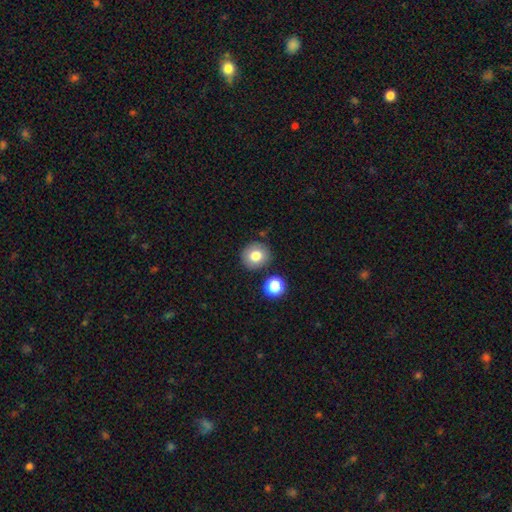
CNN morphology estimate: A smooth galaxy with no disk features (79%) that is round (86%).

Vote fractions:
- Smooth or featured? smooth: 79% / featured or disk: 11% / star or artifact: 10%
- How rounded? round: 86% / in between: 13% / cigar-shaped: 1%
- Merging? none: 83% / minor disturbance: 9% / merger: 6% / major disturbance: 3%